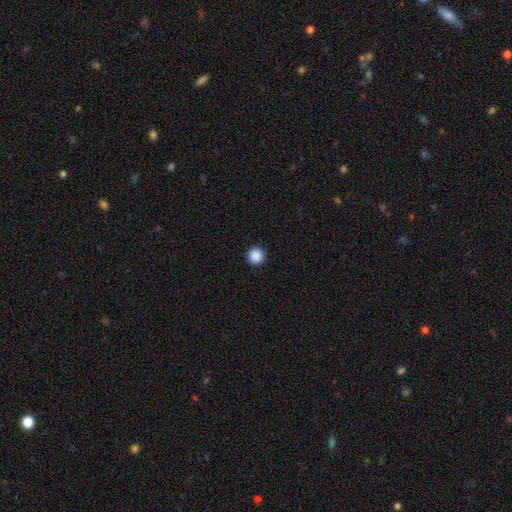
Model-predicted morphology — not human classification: smooth 88%, star or artifact 10%, featured or disk 2%. Down the decision tree: how rounded — round (96%); merging — none (94%).